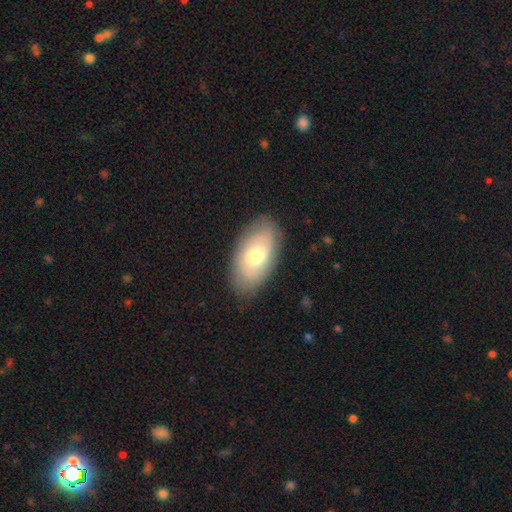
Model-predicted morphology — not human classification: A smooth galaxy with no disk features (60%) that is in between round and cigar-shaped (94%).

Vote fractions:
- Smooth or featured? smooth: 60% / featured or disk: 34% / star or artifact: 6%
- How rounded? in between: 94% / round: 4% / cigar-shaped: 3%
- Merging? none: 84% / minor disturbance: 12% / major disturbance: 3% / merger: 1%